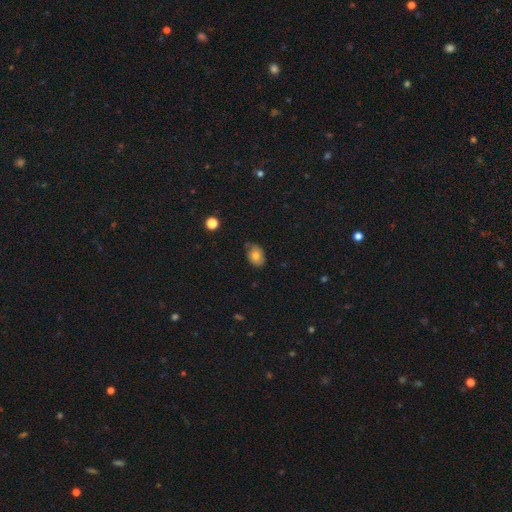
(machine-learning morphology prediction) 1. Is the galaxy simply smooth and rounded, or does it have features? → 75% smooth, 16% featured or disk, 9% star or artifact.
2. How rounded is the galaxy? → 73% in between, 26% round, 1% cigar-shaped.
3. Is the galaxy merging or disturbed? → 64% none, 28% minor disturbance, 5% major disturbance, 2% merger.